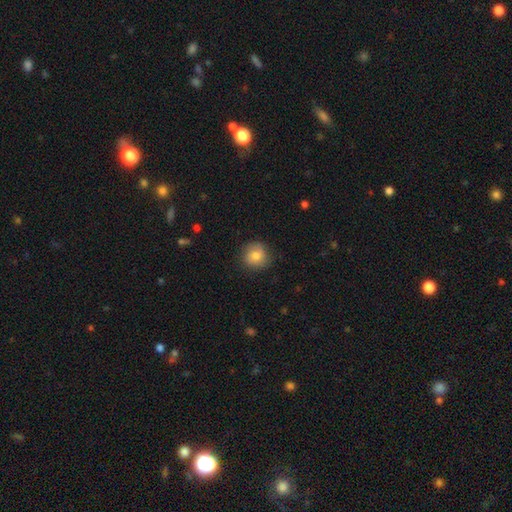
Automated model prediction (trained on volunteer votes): The model was most divided on "smooth or featured": smooth: 76%, featured or disk: 16%, star or artifact: 8%. More confident: how rounded — round (88%); merging — none (82%).